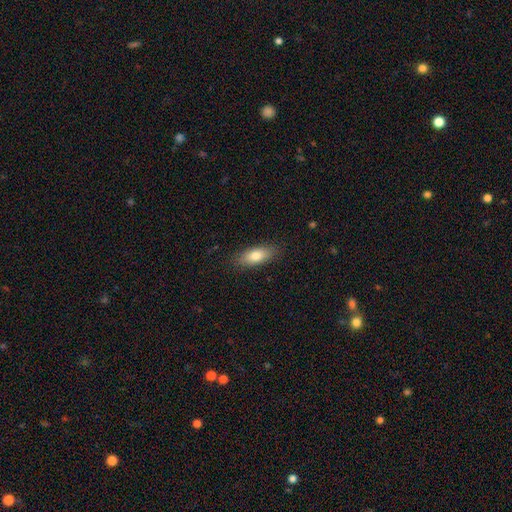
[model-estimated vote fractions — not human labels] Q: Smooth or featured?
A: smooth (80%); runner-up: featured or disk (13%)
Q: How rounded?
A: in between (75%); runner-up: cigar-shaped (23%)
Q: Merging?
A: none (86%); runner-up: minor disturbance (11%)